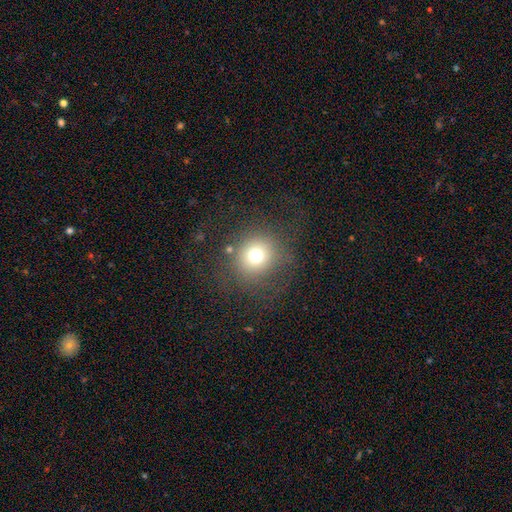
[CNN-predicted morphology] type=smooth (70%); roundness=round (90%); merging=none (76%).